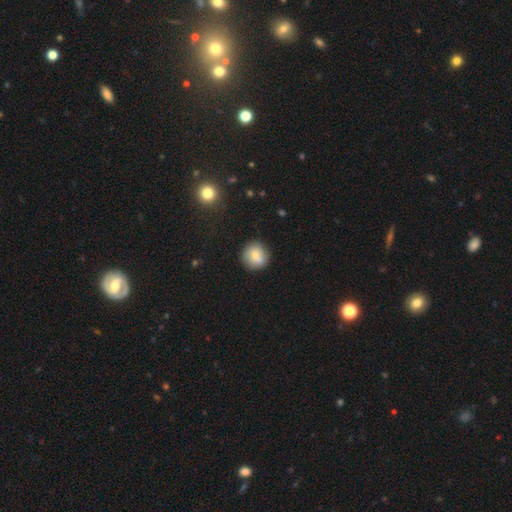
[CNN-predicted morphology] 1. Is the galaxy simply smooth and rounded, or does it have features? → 75% smooth, 16% featured or disk, 9% star or artifact.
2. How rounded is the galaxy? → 93% round, 6% in between, 1% cigar-shaped.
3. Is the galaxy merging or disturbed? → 85% none, 10% minor disturbance, 3% merger, 2% major disturbance.